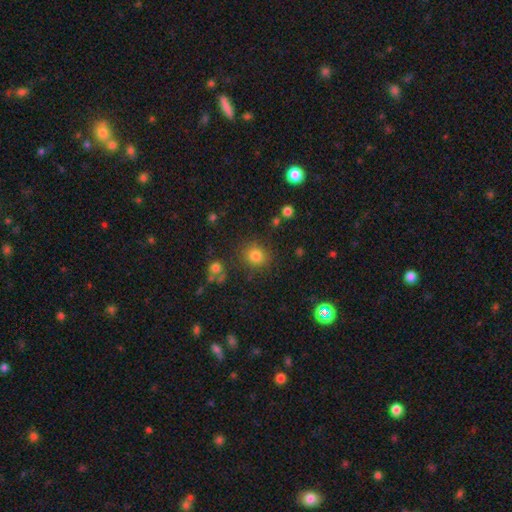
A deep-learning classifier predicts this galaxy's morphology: type=smooth (80%); roundness=round (85%); merging=none (83%).